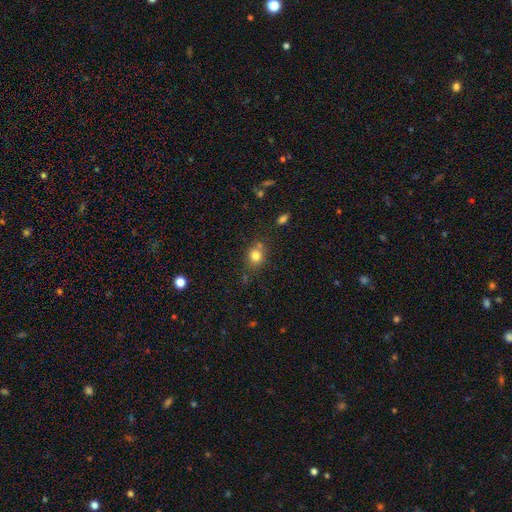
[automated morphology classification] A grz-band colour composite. It shows a smooth galaxy with no disk features (80%) that is round (68%). Merging: none (68%).